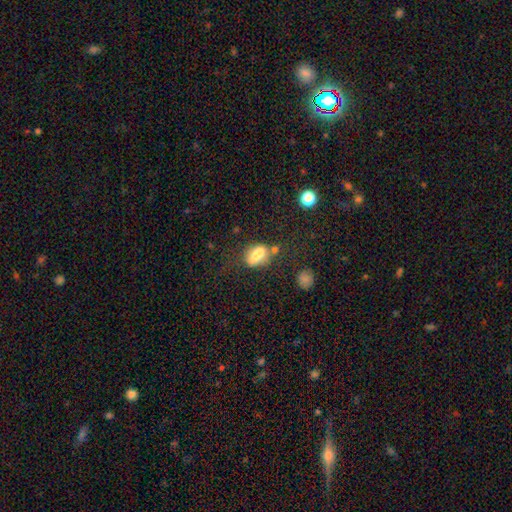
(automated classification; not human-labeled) This is likely a smooth galaxy (66%). How rounded: likely in between (72%). Merging: possibly none (49%).